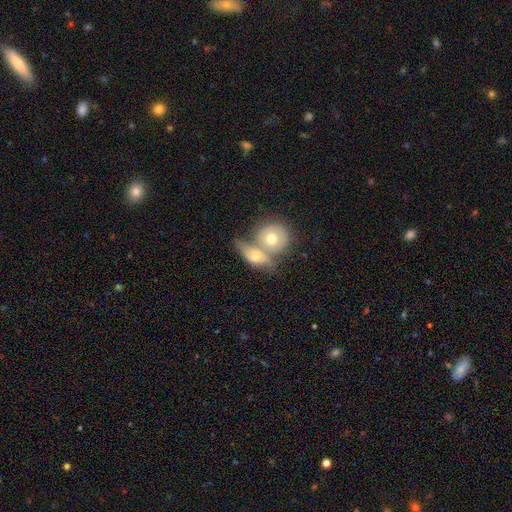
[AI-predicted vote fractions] Smooth or featured? smooth (56%)
How rounded? in between (53%)
Merging? merger (61%)